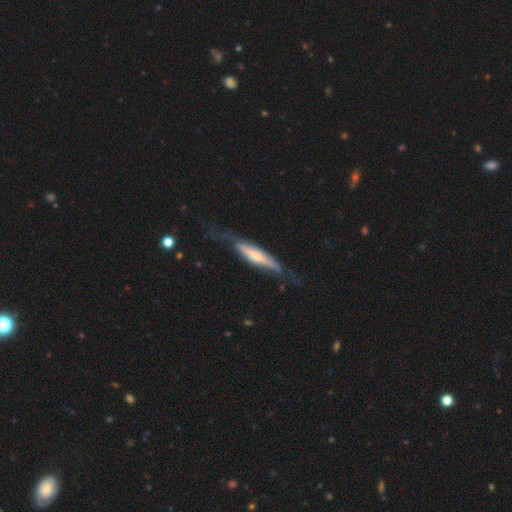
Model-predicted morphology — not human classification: Smooth or featured? featured or disk (55%)
Edge-on disk? yes (72%)
Merging? none (50%)